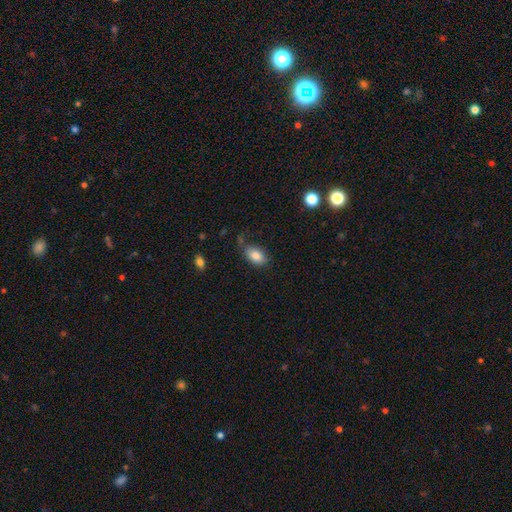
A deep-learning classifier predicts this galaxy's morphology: smooth 84%, star or artifact 8%, featured or disk 8%. Down the decision tree: how rounded — in between (91%); merging — none (70%).